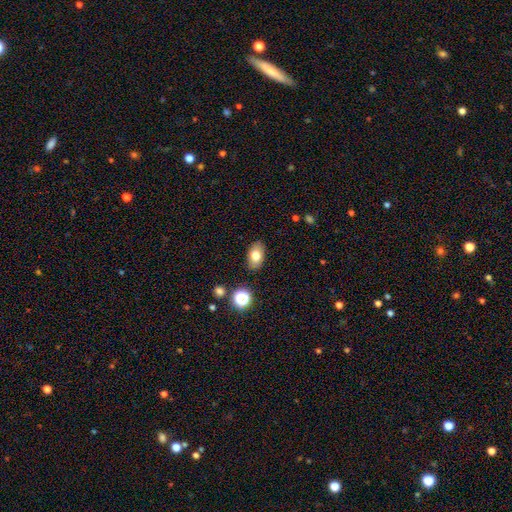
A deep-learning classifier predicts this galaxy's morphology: smooth_or_featured: smooth (p=0.76) [alt: featured or disk p=0.14]
how_rounded: in between (p=0.87) [alt: round p=0.11]
merging: none (p=0.86) [alt: minor disturbance p=0.10]